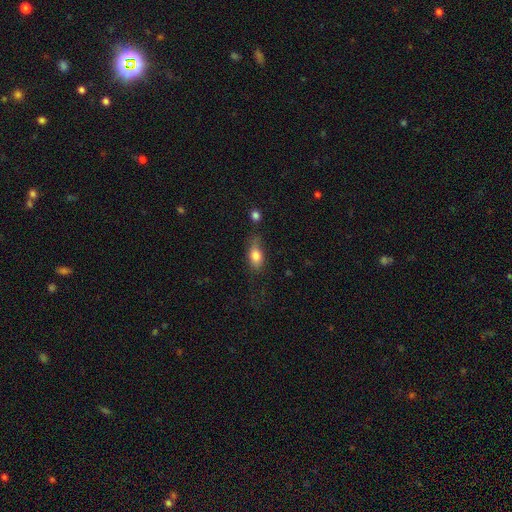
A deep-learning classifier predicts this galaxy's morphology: A smooth galaxy with no disk features (80%) that is in between round and cigar-shaped (83%).

Vote fractions:
- Smooth or featured? smooth: 80% / featured or disk: 12% / star or artifact: 8%
- How rounded? in between: 83% / cigar-shaped: 9% / round: 8%
- Merging? none: 55% / minor disturbance: 29% / major disturbance: 11% / merger: 5%